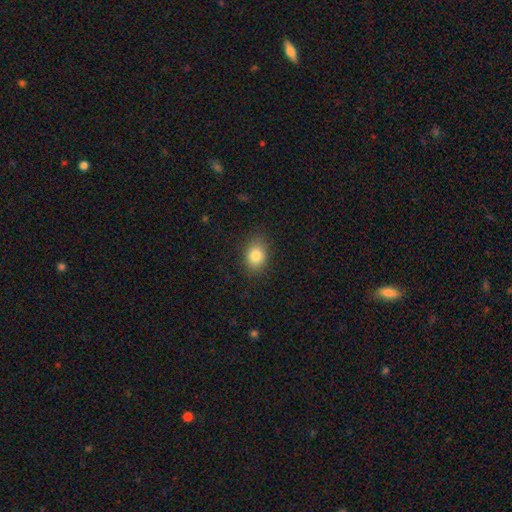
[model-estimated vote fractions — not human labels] This is clearly a smooth galaxy (84%). How rounded: likely in between (66%). Merging: clearly none (85%).